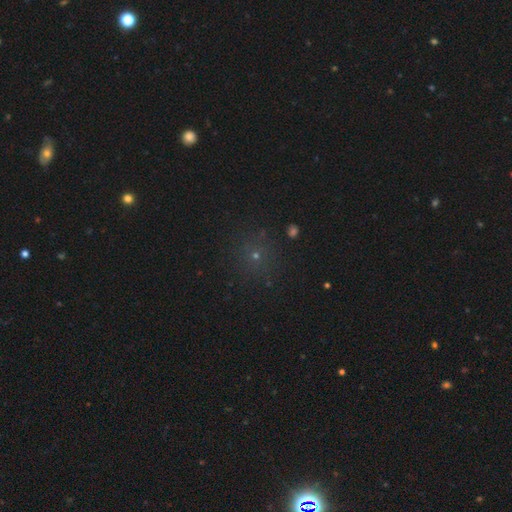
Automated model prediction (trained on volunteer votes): Smooth or featured: smooth — 52% (star or artifact — 38%)
How rounded: round — 92% (in between — 7%)
Merging: none — 86% (minor disturbance — 9%)